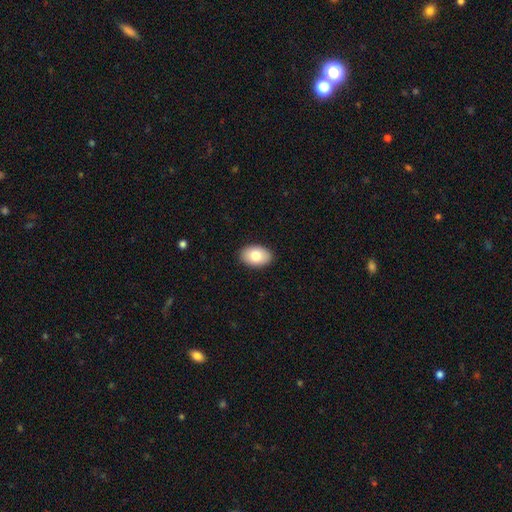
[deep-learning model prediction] Overall: smooth (82%). How rounded: in between (89%). Merging: none (90%).